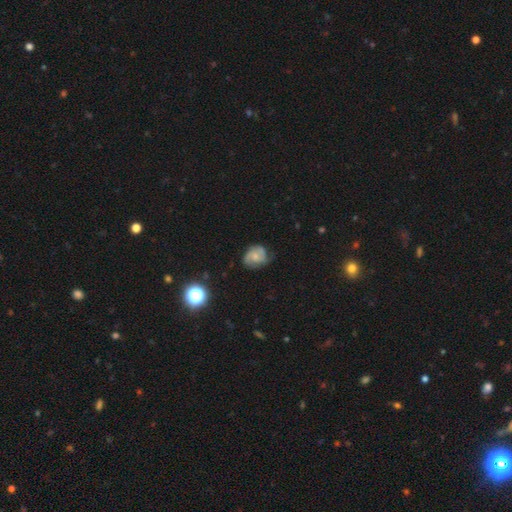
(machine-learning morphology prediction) Smooth or featured: featured or disk — 57% (smooth — 34%)
Edge-on disk: no — 98% (yes — 2%)
Bar: no — 70% (weak — 26%)
Spiral arms: yes — 89% (no — 11%)
Bulge size: small — 50% (moderate — 33%)
Merging: none — 62% (minor disturbance — 27%)